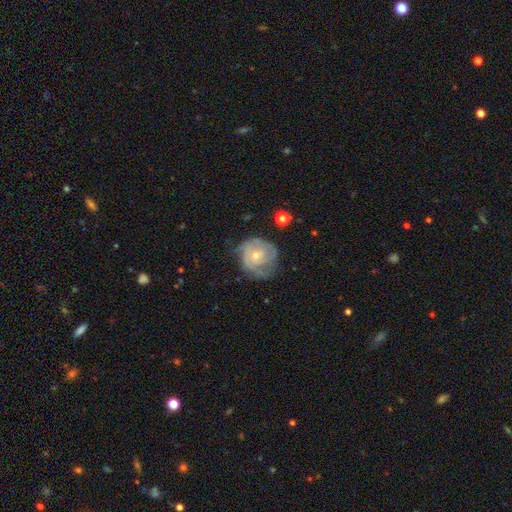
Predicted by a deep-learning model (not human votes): smooth_or_featured: featured or disk (p=0.79) [alt: smooth p=0.15]
disk_edge_on: no (p=0.98) [alt: yes p=0.02]
bar: no (p=0.69) [alt: weak p=0.27]
has_spiral_arms: yes (p=0.92) [alt: no p=0.08]
spiral_winding: tight (p=0.59) [alt: medium p=0.32]
spiral_arm_count: can't tell (p=0.31) [alt: 3 p=0.27]
bulge_size: small (p=0.63) [alt: moderate p=0.33]
merging: none (p=0.57) [alt: minor disturbance p=0.27]